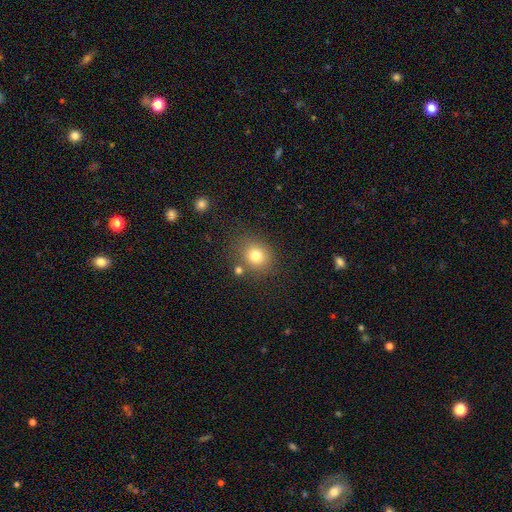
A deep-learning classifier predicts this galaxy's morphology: smooth 78%, star or artifact 13%, featured or disk 9%. Down the decision tree: how rounded — round (73%); merging — none (73%).